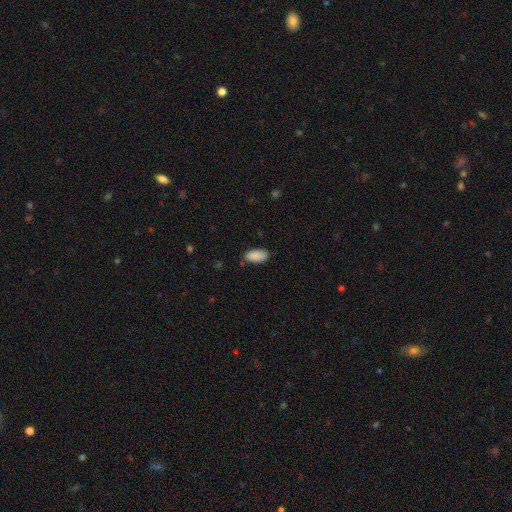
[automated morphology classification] Smooth or featured? smooth (89%)
How rounded? in between (94%)
Merging? none (80%)